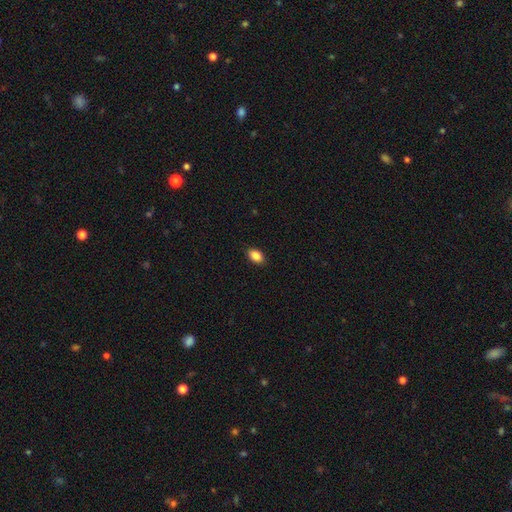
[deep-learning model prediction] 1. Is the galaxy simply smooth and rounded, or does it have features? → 88% smooth, 8% star or artifact, 4% featured or disk.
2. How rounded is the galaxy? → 88% in between, 10% round, 2% cigar-shaped.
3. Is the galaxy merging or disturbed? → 89% none, 9% minor disturbance, 2% major disturbance, 1% merger.